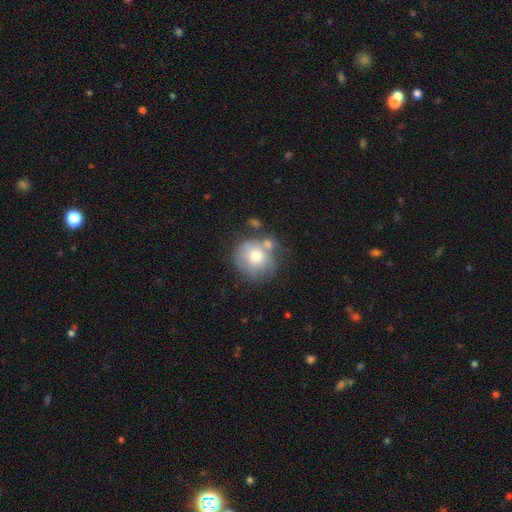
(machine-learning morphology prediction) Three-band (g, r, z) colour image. It shows a smooth galaxy with no disk features (61%) that is round (86%). Merging: none (49%).